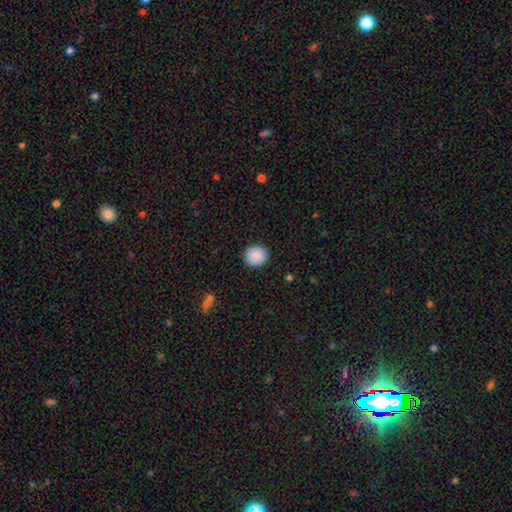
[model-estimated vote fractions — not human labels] This is clearly a smooth galaxy (90%). How rounded: clearly round (89%). Merging: clearly none (91%).